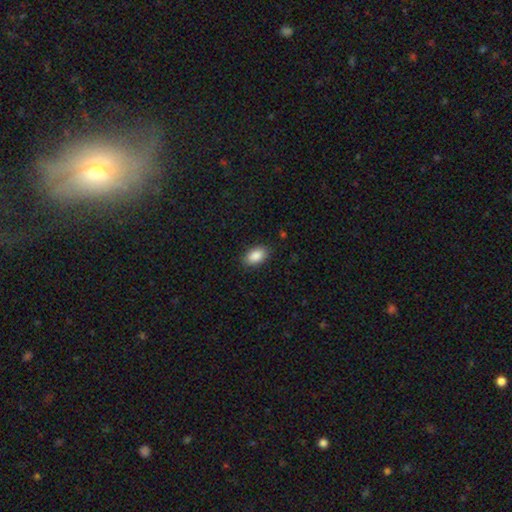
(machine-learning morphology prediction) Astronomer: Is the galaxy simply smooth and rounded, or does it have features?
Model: smooth — 88%.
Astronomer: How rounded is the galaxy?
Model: in between — 93%.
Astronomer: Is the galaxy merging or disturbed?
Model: none — 87%.